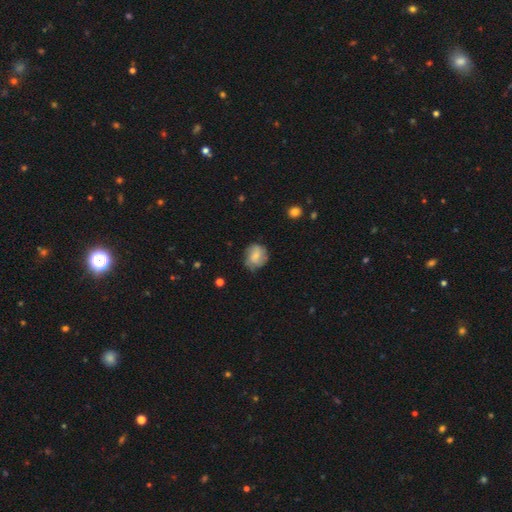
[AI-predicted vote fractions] A smooth galaxy with no disk features (62%) that is round (72%). Merging: none (67%).